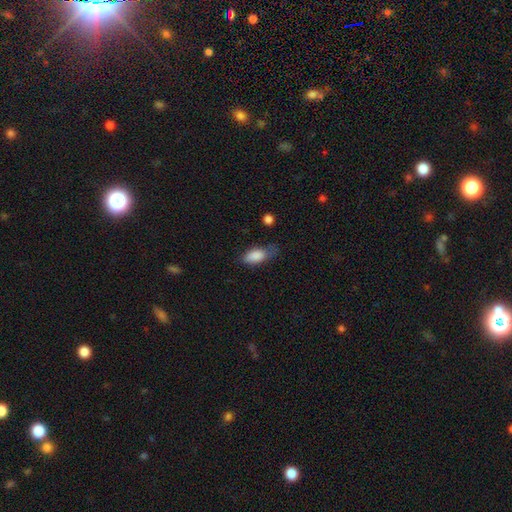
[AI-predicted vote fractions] Morphology: type=smooth (85%); roundness=in between (89%); merging=none (44%).